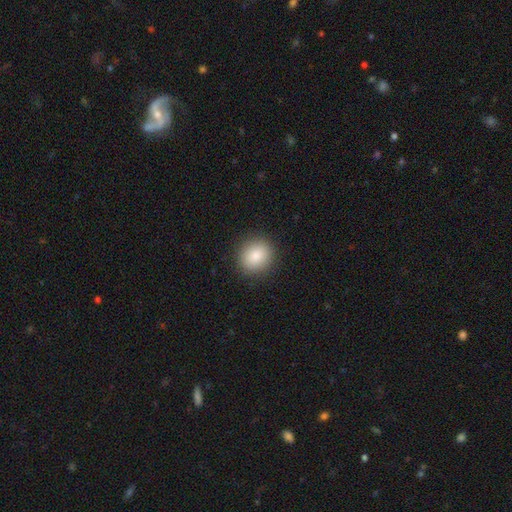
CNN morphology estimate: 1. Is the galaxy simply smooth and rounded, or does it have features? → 86% smooth, 8% star or artifact, 5% featured or disk.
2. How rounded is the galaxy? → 80% round, 19% in between, 1% cigar-shaped.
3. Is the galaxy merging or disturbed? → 90% none, 7% minor disturbance, 2% major disturbance, 1% merger.